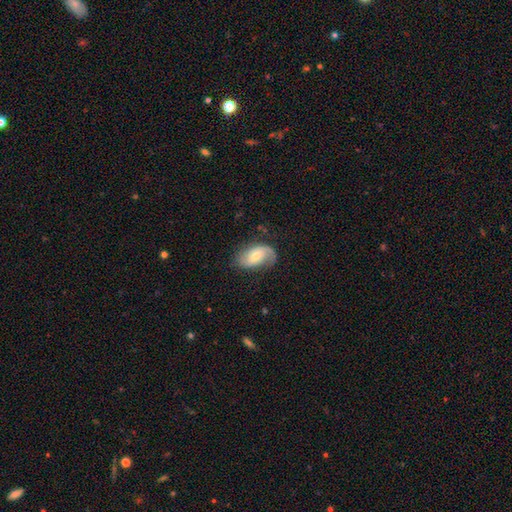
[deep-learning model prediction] Smooth or featured? Predicted: featured or disk (p=0.57). Edge-on disk? Predicted: no (p=0.94). Bar? Predicted: no (p=0.50). Spiral arms? Predicted: yes (p=0.84). Bulge size? Predicted: moderate (p=0.56). Merging? Predicted: none (p=0.62).